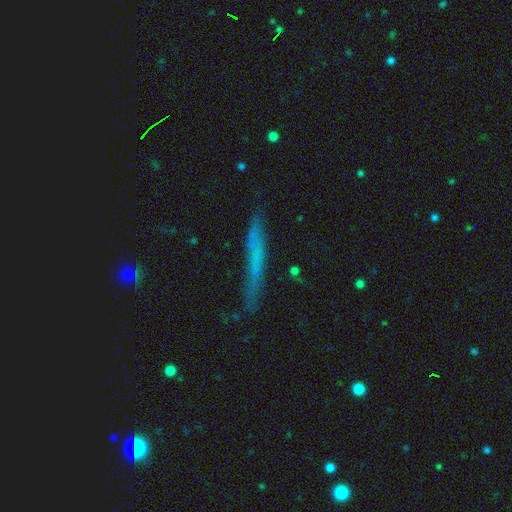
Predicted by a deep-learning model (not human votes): The model was most divided on "smooth or featured": smooth: 53%, featured or disk: 37%, star or artifact: 10%. More confident: how rounded — cigar-shaped (94%); merging — none (74%).